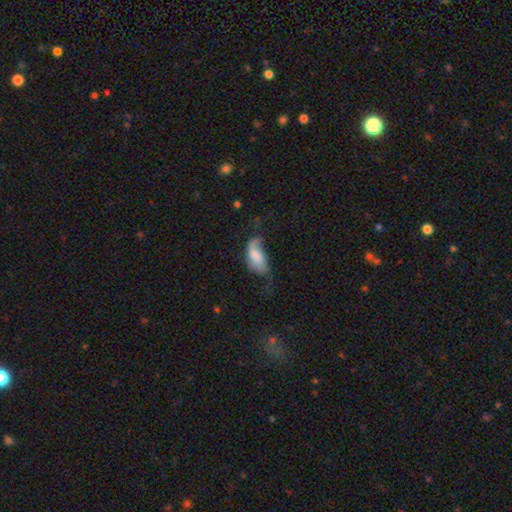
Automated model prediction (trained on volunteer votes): A smooth galaxy with no disk features (65%) that is in between round and cigar-shaped (92%). Merging: major disturbance (35%, tied with minor disturbance).